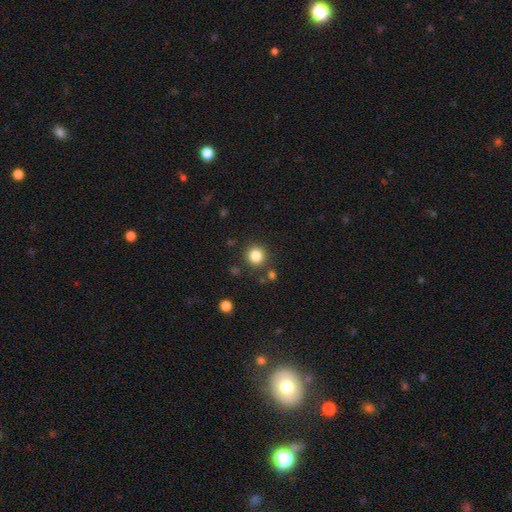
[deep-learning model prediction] A smooth galaxy with no disk features (83%) that is round (93%).

Vote fractions:
- Smooth or featured? smooth: 83% / star or artifact: 12% / featured or disk: 5%
- How rounded? round: 93% / in between: 6% / cigar-shaped: 1%
- Merging? none: 86% / minor disturbance: 7% / merger: 4% / major disturbance: 3%